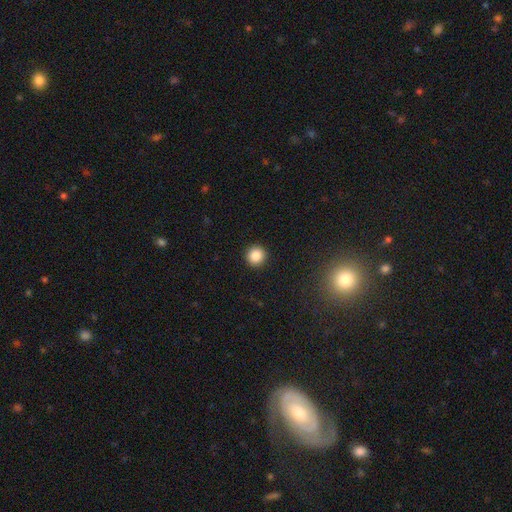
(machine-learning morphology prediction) Smooth or featured?
  - smooth: 86% *
  - star or artifact: 10%
  - featured or disk: 4%
How rounded?
  - round: 95% *
  - in between: 4%
  - cigar-shaped: 1%
Merging?
  - none: 93% *
  - minor disturbance: 4%
  - major disturbance: 2%
  - merger: 1%